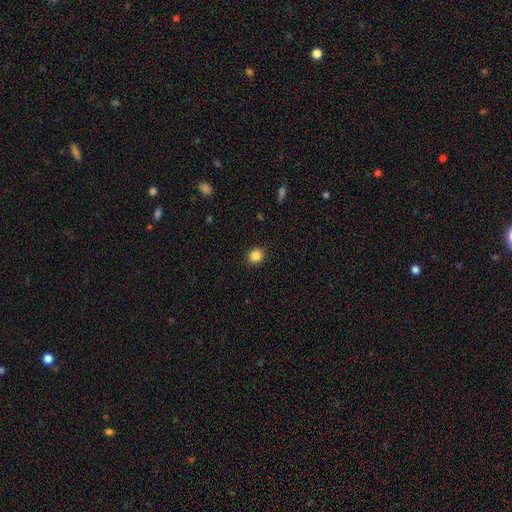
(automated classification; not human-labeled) A smooth galaxy with no disk features (86%) that is round (86%). Merging: none (91%).